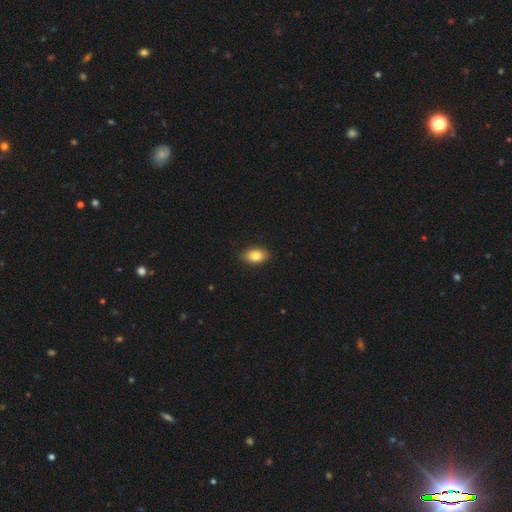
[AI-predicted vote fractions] A smooth galaxy with no disk features (81%) that is in between round and cigar-shaped (88%). Merging: none (87%).